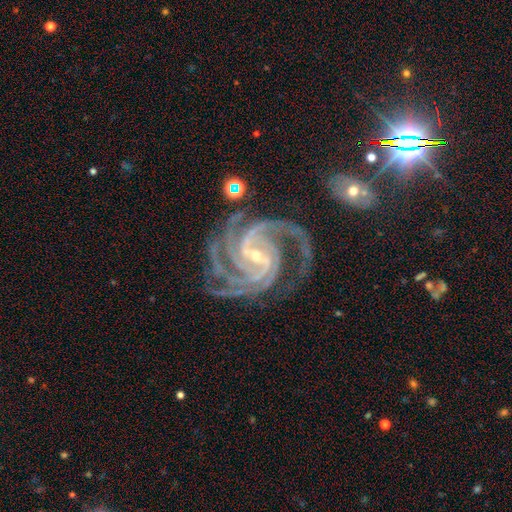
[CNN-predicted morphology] featured or disk 94%, star or artifact 4%, smooth 2%. Down the decision tree: edge-on disk — no (98%); bar — weak (42%, tied with strong); spiral arms — yes (99%); spiral arm count — 4 (46%); spiral winding — tight (66%); bulge size — small (71%); merging — none (71%).